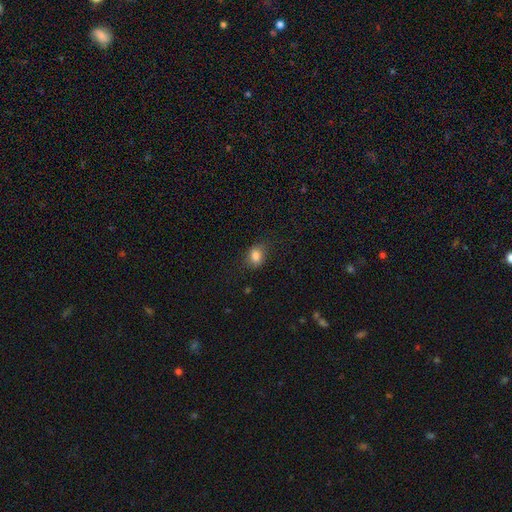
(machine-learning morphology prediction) A smooth galaxy with no disk features (84%) that is in between round and cigar-shaped (64%).

Vote fractions:
- Smooth or featured? smooth: 84% / star or artifact: 10% / featured or disk: 6%
- How rounded? in between: 64% / round: 35% / cigar-shaped: 1%
- Merging? none: 73% / minor disturbance: 20% / major disturbance: 6% / merger: 1%